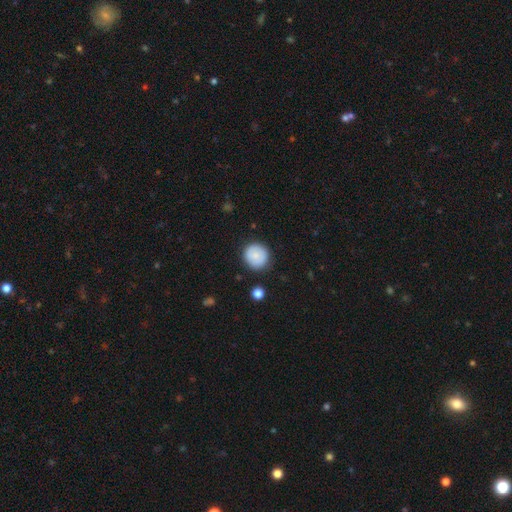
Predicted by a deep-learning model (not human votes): Smooth or featured? Predicted: smooth (p=0.72). How rounded? Predicted: round (p=0.91). Merging? Predicted: none (p=0.85).